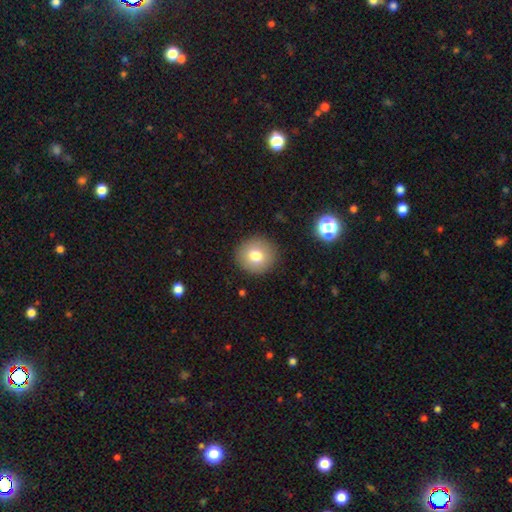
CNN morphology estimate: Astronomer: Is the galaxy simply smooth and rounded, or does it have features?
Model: smooth — 77%.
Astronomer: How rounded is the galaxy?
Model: round — 93%.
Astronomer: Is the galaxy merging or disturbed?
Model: none — 91%.